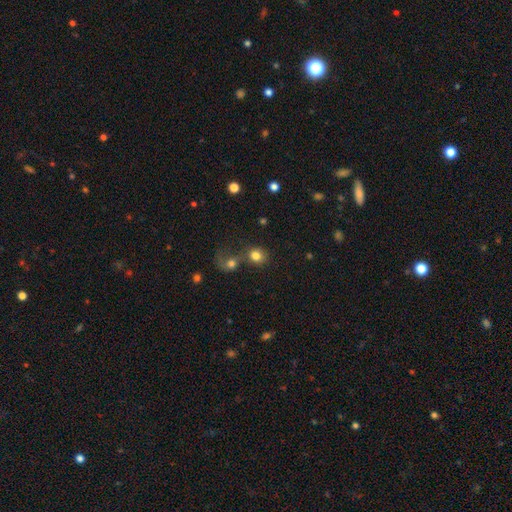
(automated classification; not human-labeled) smooth_or_featured: smooth (p=0.79) [alt: star or artifact p=0.11]
how_rounded: round (p=0.74) [alt: in between p=0.25]
merging: none (p=0.45) [alt: merger p=0.39]